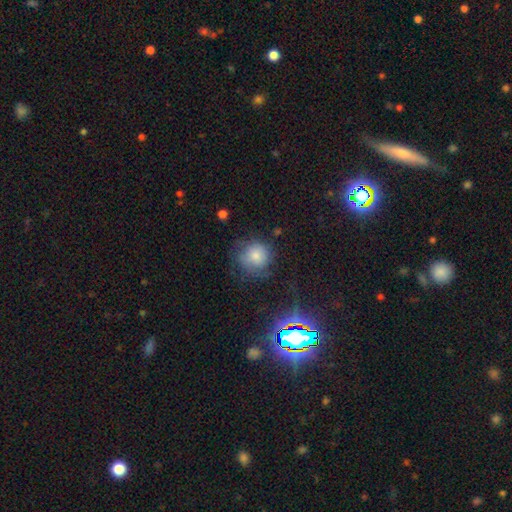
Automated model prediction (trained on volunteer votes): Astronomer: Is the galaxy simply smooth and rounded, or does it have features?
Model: smooth — 71%.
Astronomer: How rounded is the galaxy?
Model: round — 89%.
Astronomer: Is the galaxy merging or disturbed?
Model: none — 63%.